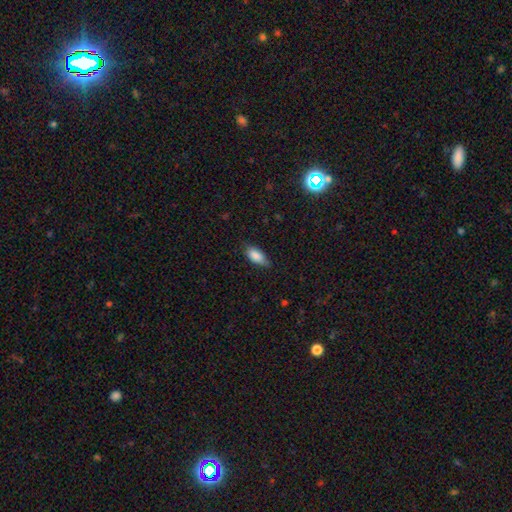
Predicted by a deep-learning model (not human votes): Smooth or featured: smooth — 86% (star or artifact — 7%)
How rounded: in between — 88% (cigar-shaped — 10%)
Merging: none — 75% (minor disturbance — 21%)